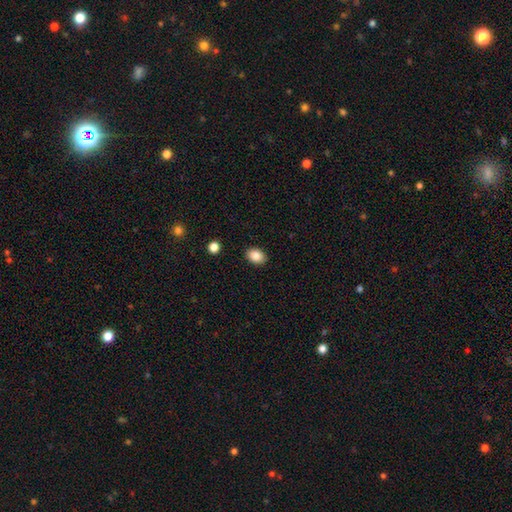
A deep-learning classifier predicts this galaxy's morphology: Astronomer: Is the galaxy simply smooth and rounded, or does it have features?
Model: smooth — 87%.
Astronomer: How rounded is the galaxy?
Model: in between — 73%.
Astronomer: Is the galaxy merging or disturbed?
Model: none — 89%.